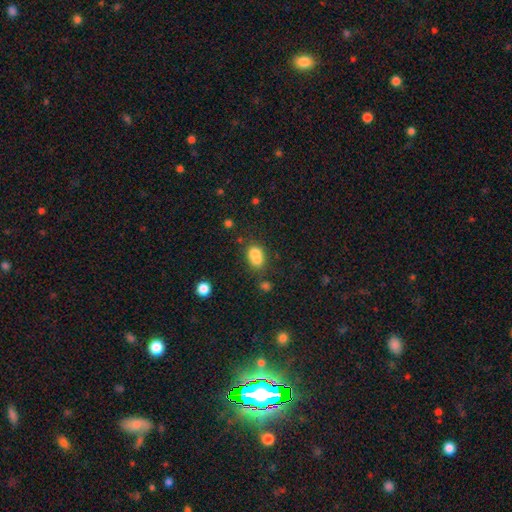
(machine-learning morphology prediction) type=smooth (77%); roundness=in between (71%); merging=merger (41%).